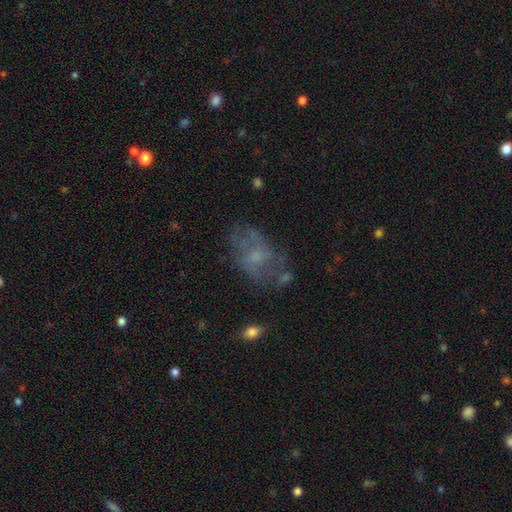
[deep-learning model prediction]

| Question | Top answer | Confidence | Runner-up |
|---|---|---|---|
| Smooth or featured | featured or disk | 54% | smooth (32%) |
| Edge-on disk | no | 96% | yes (4%) |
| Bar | no | 72% | weak (24%) |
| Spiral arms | no | 52% | yes (48%) |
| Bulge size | small | 48% | moderate (27%) |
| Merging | none | 52% | minor disturbance (22%) |